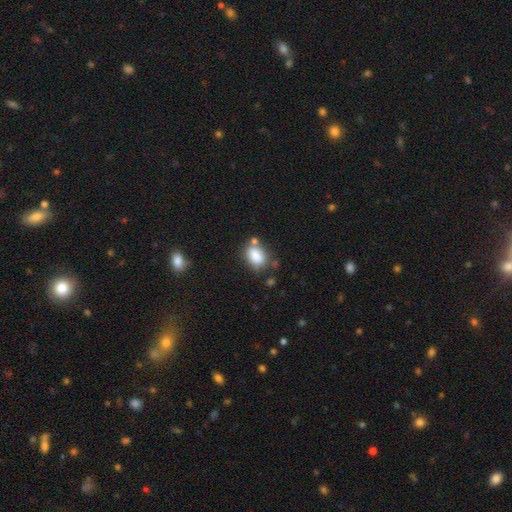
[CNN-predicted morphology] Smooth or featured: smooth — 83% (star or artifact — 9%)
How rounded: in between — 79% (round — 19%)
Merging: none — 60% (minor disturbance — 19%)